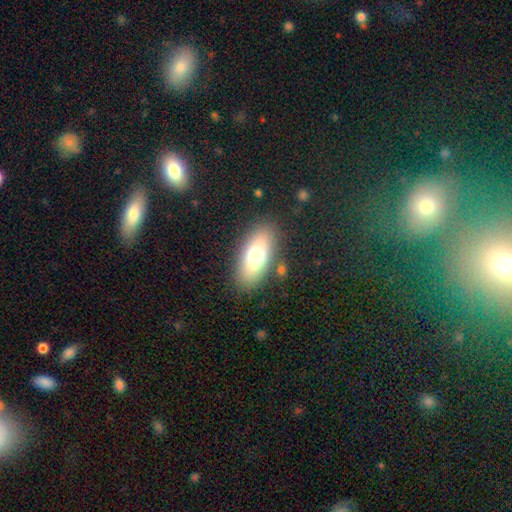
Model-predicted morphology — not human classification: The model was most divided on "smooth or featured": smooth: 72%, featured or disk: 19%, star or artifact: 9%. More confident: how rounded — in between (85%); merging — none (84%).